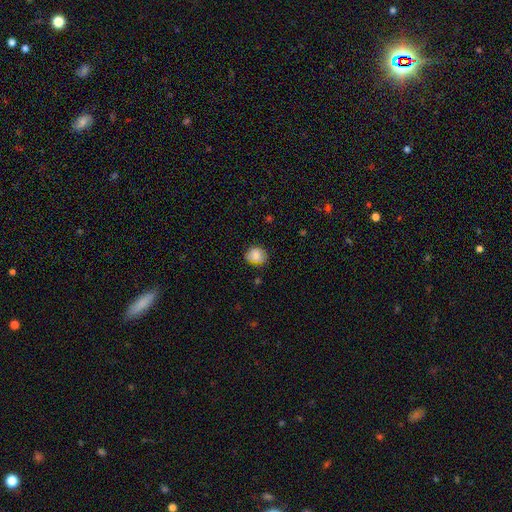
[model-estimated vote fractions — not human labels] smooth_or_featured: smooth (p=0.79) [alt: star or artifact p=0.10]
how_rounded: round (p=0.68) [alt: in between p=0.31]
merging: none (p=0.72) [alt: minor disturbance p=0.22]